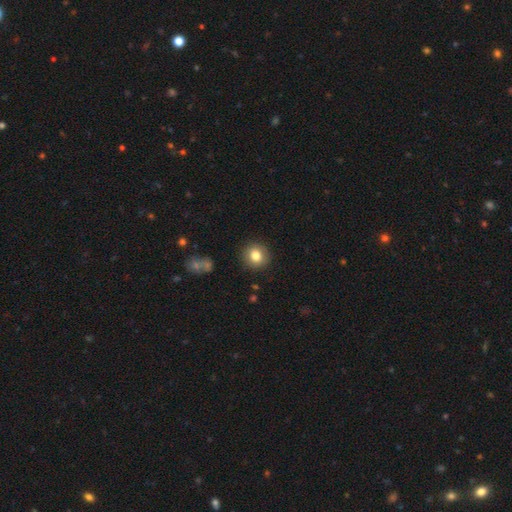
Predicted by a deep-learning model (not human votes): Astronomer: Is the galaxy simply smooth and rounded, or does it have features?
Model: smooth — 82%.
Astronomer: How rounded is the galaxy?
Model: round — 89%.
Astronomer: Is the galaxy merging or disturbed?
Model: none — 90%.